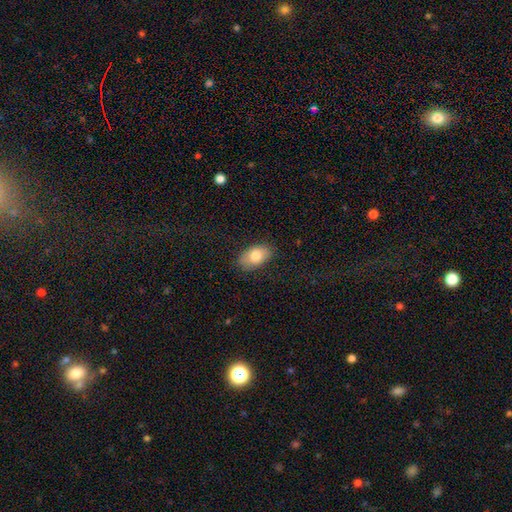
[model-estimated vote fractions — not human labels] Smooth or featured? smooth (78%)
How rounded? in between (92%)
Merging? none (83%)